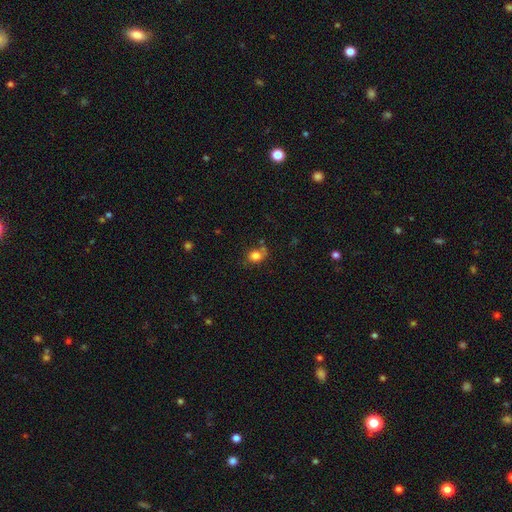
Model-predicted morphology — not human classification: Smooth or featured?
  - smooth: 81% *
  - star or artifact: 11%
  - featured or disk: 8%
How rounded?
  - round: 51% *
  - in between: 48%
  - cigar-shaped: 1%
Merging?
  - none: 59% *
  - minor disturbance: 23%
  - merger: 10%
  - major disturbance: 8%